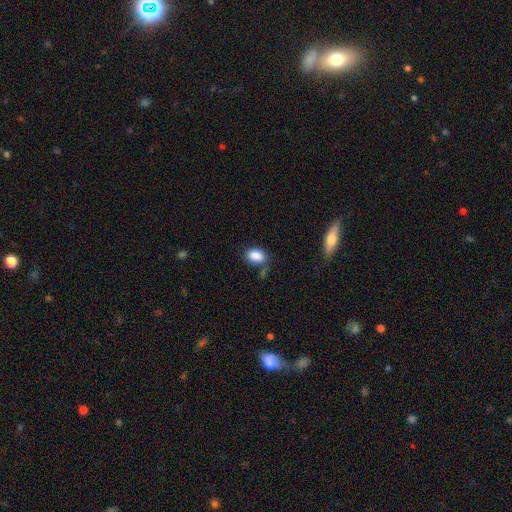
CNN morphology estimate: A smooth galaxy with no disk features (87%) that is in between round and cigar-shaped (79%).

Vote fractions:
- Smooth or featured? smooth: 87% / star or artifact: 9% / featured or disk: 4%
- How rounded? in between: 79% / round: 20% / cigar-shaped: 1%
- Merging? none: 69% / minor disturbance: 19% / merger: 7% / major disturbance: 6%